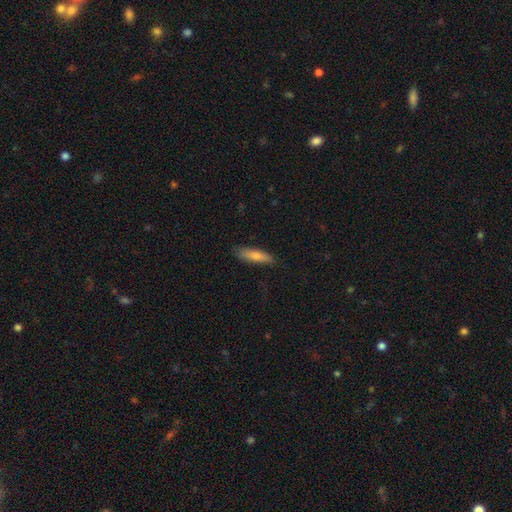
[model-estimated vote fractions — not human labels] Q: Smooth or featured?
A: smooth (76%); runner-up: featured or disk (18%)
Q: How rounded?
A: cigar-shaped (65%); runner-up: in between (33%)
Q: Merging?
A: none (81%); runner-up: minor disturbance (15%)